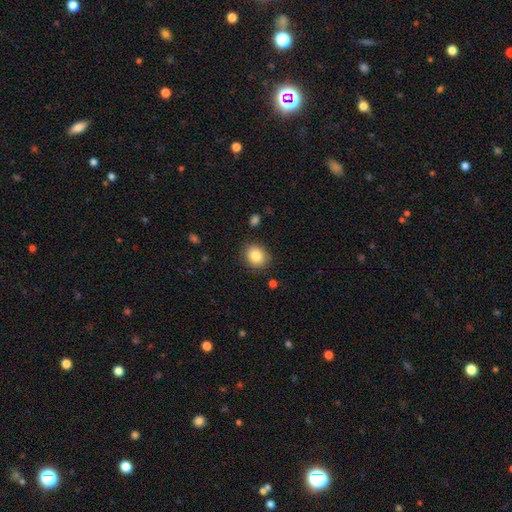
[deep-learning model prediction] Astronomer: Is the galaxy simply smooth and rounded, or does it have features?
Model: smooth — 85%.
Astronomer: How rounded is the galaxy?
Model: round — 72%.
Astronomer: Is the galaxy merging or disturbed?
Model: none — 86%.